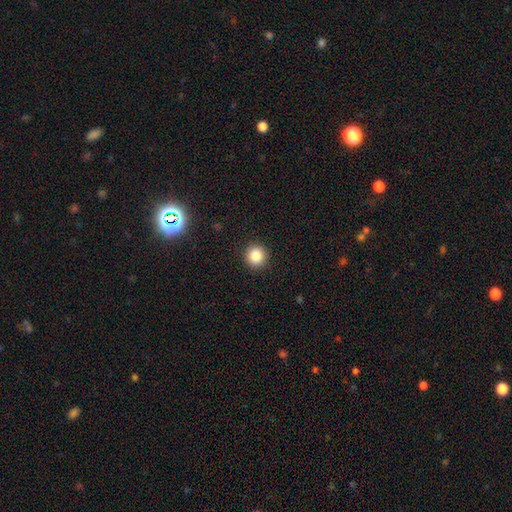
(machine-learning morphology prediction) smooth_or_featured: smooth (p=0.85) [alt: star or artifact p=0.10]
how_rounded: round (p=0.94) [alt: in between p=0.05]
merging: none (p=0.92) [alt: minor disturbance p=0.05]